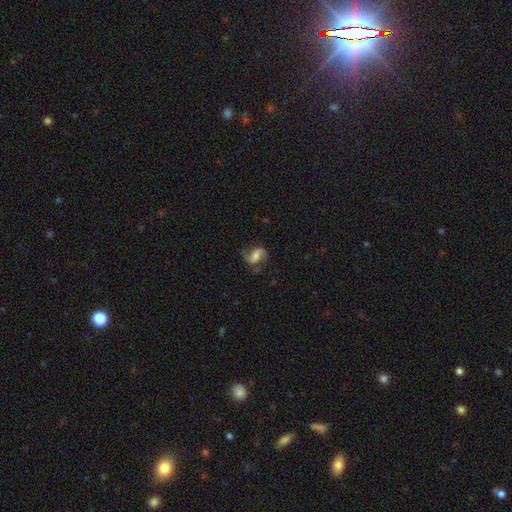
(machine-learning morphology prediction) Smooth or featured?
  - featured or disk: 82% *
  - smooth: 11%
  - star or artifact: 7%
Edge-on disk?
  - no: 98% *
  - yes: 2%
Bar?
  - weak: 43% *
  - no: 34%
  - strong: 23%
Spiral arms?
  - yes: 96% *
  - no: 4%
Spiral winding?
  - loose: 53% *
  - medium: 38%
  - tight: 9%
Spiral arm count?
  - 2: 92% *
  - 1: 3%
  - can't tell: 2%
  - 3: 1%
  - 4: 1%
  - more than 4: 1%
Bulge size?
  - moderate: 47% *
  - small: 34%
  - none: 10%
  - large: 8%
  - dominant: 2%
Merging?
  - none: 73% *
  - minor disturbance: 16%
  - major disturbance: 9%
  - merger: 2%